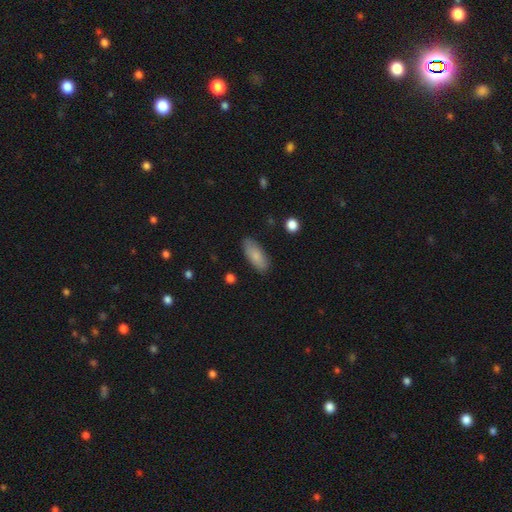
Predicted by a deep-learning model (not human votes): Smooth or featured? Predicted: smooth (p=0.81). How rounded? Predicted: in between (p=0.81). Merging? Predicted: none (p=0.83).